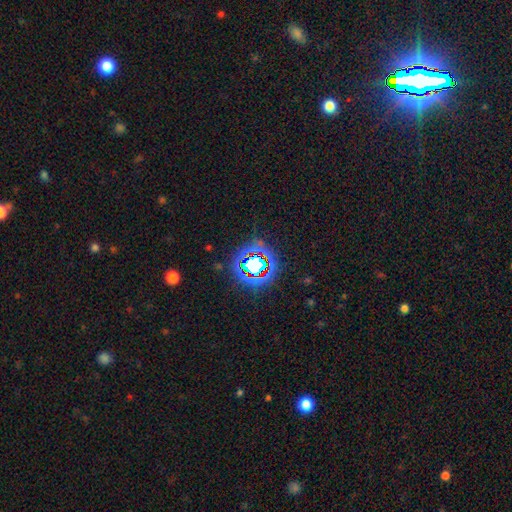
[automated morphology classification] Smooth or featured?
  - star or artifact: 81% *
  - smooth: 11%
  - featured or disk: 8%